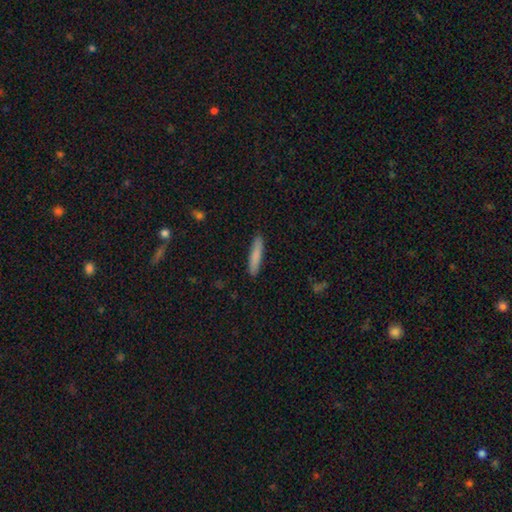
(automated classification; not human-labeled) Smooth or featured? Predicted: smooth (p=0.83). How rounded? Predicted: cigar-shaped (p=0.89). Merging? Predicted: none (p=0.89).